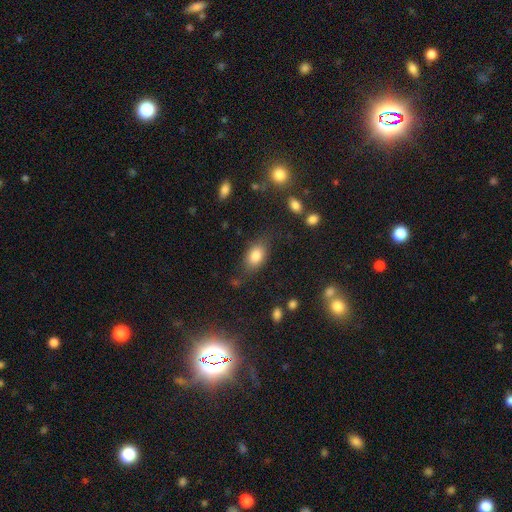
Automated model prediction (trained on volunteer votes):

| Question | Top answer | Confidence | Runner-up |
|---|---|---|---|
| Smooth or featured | smooth | 82% | featured or disk (10%) |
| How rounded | in between | 84% | round (14%) |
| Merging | none | 74% | minor disturbance (17%) |